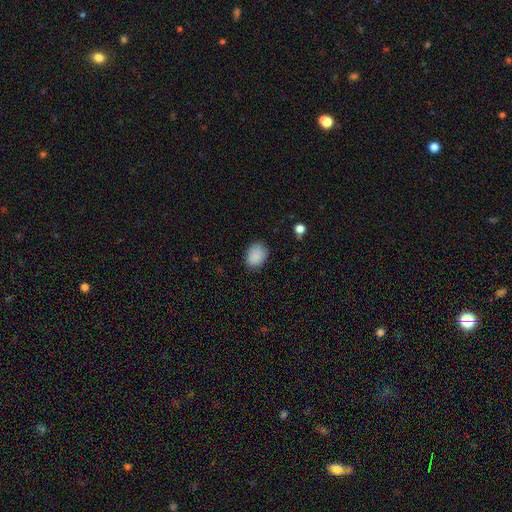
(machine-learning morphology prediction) A smooth galaxy with no disk features (88%) that is in between round and cigar-shaped (66%).

Vote fractions:
- Smooth or featured? smooth: 88% / star or artifact: 8% / featured or disk: 4%
- How rounded? in between: 66% / round: 33% / cigar-shaped: 1%
- Merging? none: 83% / minor disturbance: 13% / major disturbance: 3% / merger: 1%